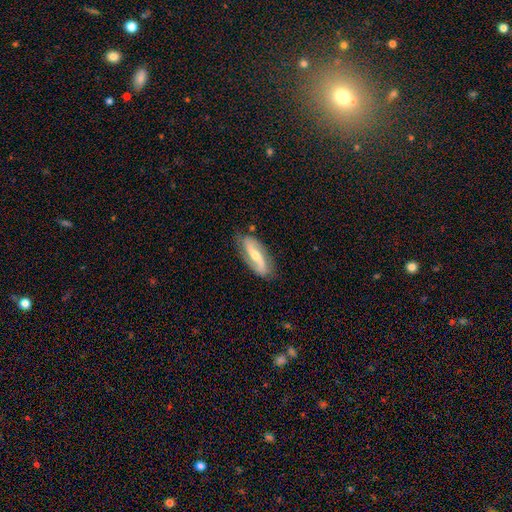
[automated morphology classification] featured or disk 77%, smooth 18%, star or artifact 5%. Down the decision tree: edge-on disk — no (88%); bar — strong (36%); spiral arms — yes (92%); spiral arm count — 2 (89%); spiral winding — loose (56%); bulge size — moderate (53%); merging — none (80%).